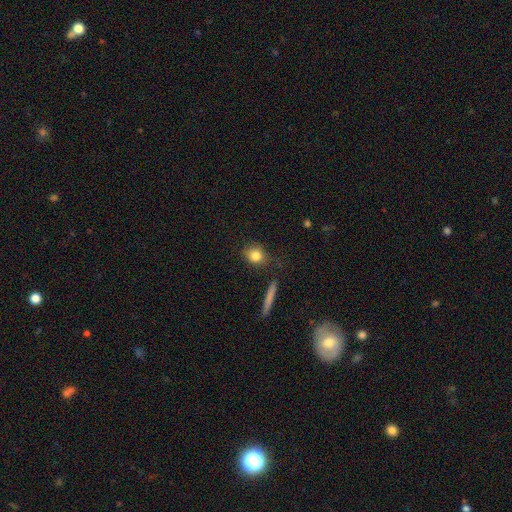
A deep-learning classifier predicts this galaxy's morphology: smooth-or-featured: smooth: 82% | featured or disk: 9% | star or artifact: 9%
  how-rounded: round: 65% | in between: 31% | cigar-shaped: 4%
  merging: none: 77% | minor disturbance: 15% | major disturbance: 4% | merger: 4%